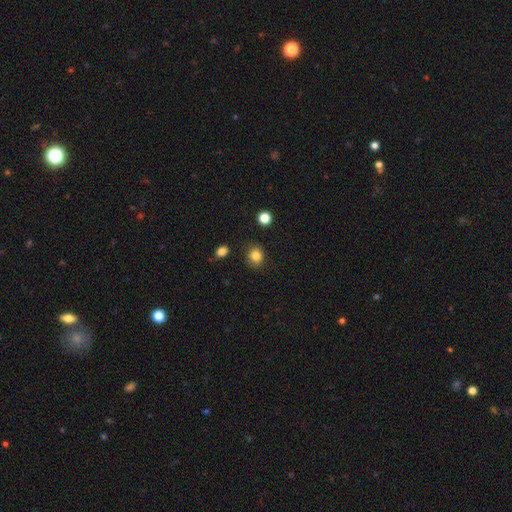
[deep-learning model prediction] Q: Smooth or featured?
A: smooth (84%); runner-up: star or artifact (11%)
Q: How rounded?
A: round (67%); runner-up: in between (32%)
Q: Merging?
A: none (81%); runner-up: minor disturbance (13%)